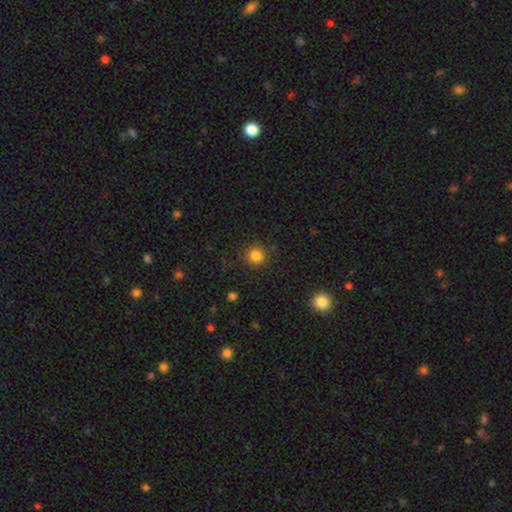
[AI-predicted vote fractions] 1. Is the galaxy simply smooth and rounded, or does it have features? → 83% smooth, 12% star or artifact, 5% featured or disk.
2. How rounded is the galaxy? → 92% round, 7% in between, 1% cigar-shaped.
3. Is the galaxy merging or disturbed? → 87% none, 8% minor disturbance, 3% major disturbance, 1% merger.